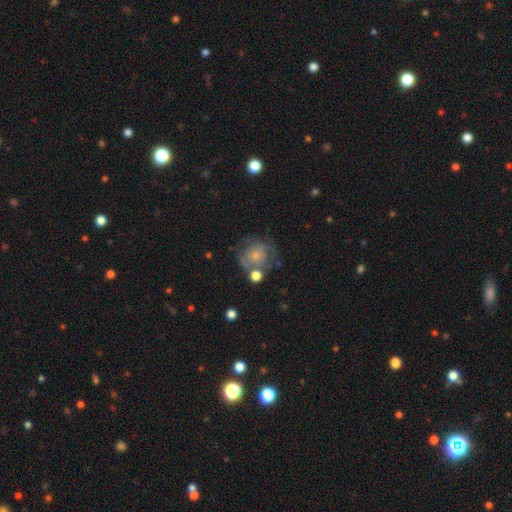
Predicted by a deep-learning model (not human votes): smooth-or-featured: smooth: 53% | featured or disk: 37% | star or artifact: 9%
  how-rounded: round: 82% | in between: 17% | cigar-shaped: 1%
  merging: none: 50% | minor disturbance: 21% | major disturbance: 16% | merger: 13%